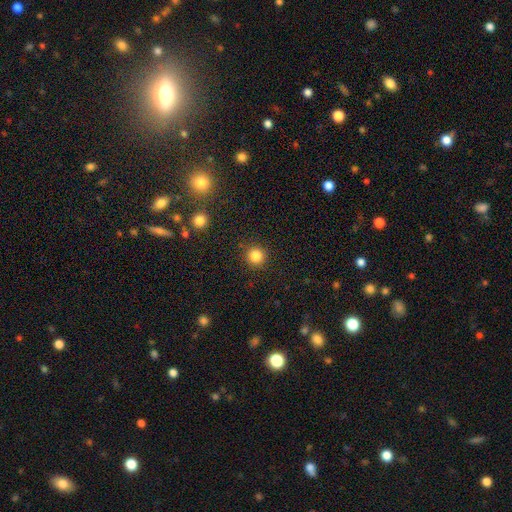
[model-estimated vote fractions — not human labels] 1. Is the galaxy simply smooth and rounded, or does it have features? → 84% smooth, 12% star or artifact, 4% featured or disk.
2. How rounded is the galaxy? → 94% round, 5% in between, 1% cigar-shaped.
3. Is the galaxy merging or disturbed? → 91% none, 5% minor disturbance, 2% major disturbance, 1% merger.